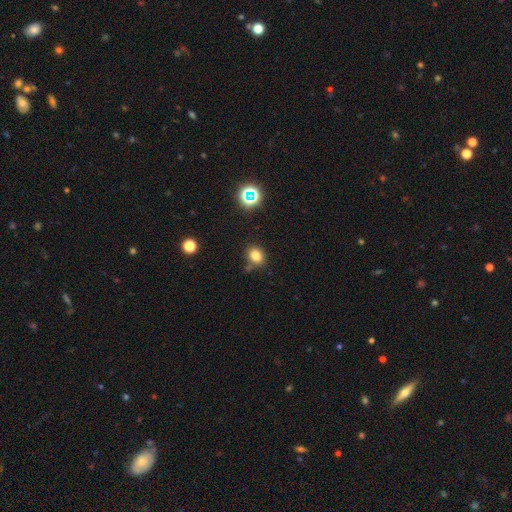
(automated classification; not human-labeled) Smooth or featured: smooth — 79% (star or artifact — 15%)
How rounded: round — 60% (in between — 39%)
Merging: none — 75% (minor disturbance — 13%)